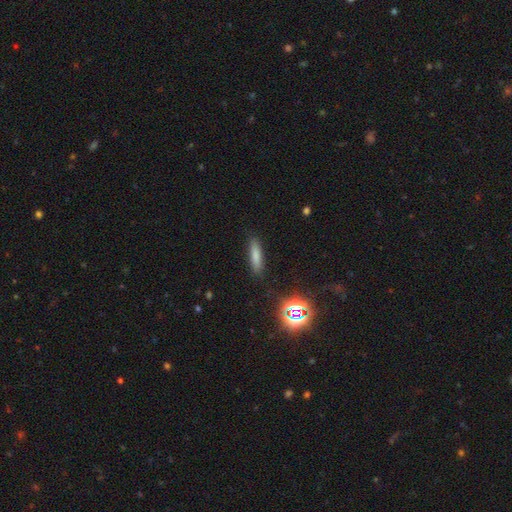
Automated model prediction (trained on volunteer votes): Smooth or featured? Predicted: smooth (p=0.77). How rounded? Predicted: cigar-shaped (p=0.78). Merging? Predicted: none (p=0.87).